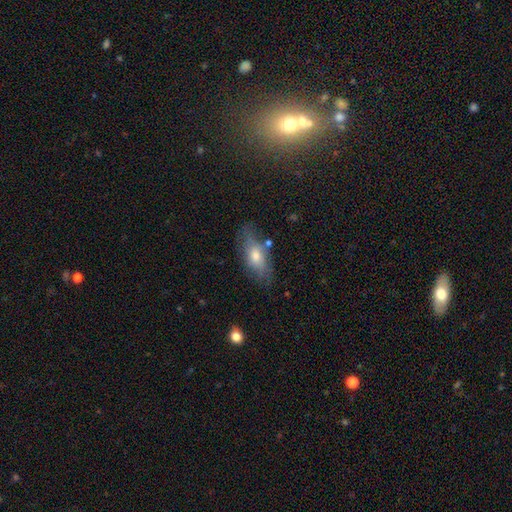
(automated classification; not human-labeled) A smooth galaxy with no disk features (57%) that is in between round and cigar-shaped (78%). Merging: none (70%).